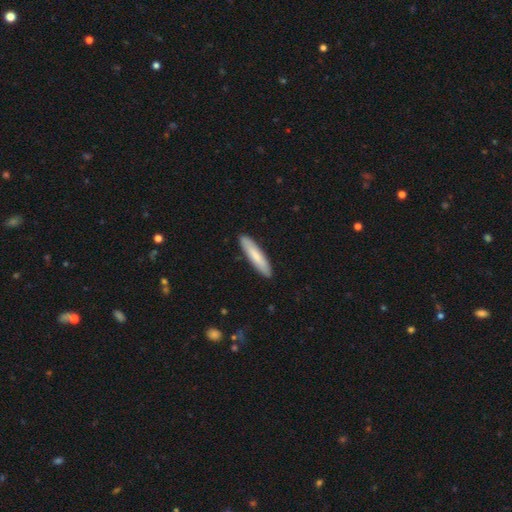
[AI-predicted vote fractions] smooth_or_featured: smooth (p=0.77) [alt: featured or disk p=0.18]
how_rounded: cigar-shaped (p=0.85) [alt: in between p=0.13]
merging: none (p=0.90) [alt: minor disturbance p=0.08]